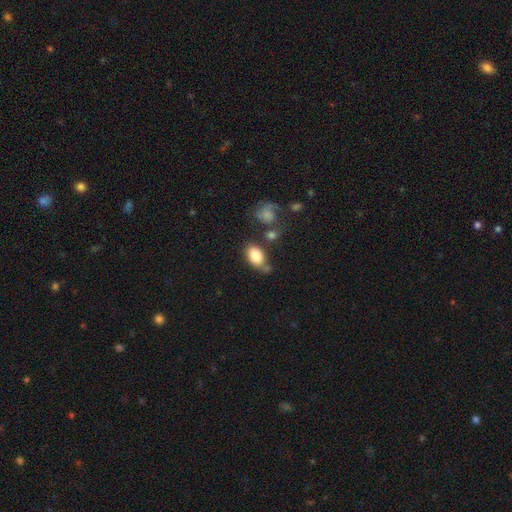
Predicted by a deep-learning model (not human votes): Smooth or featured? smooth (83%)
How rounded? in between (87%)
Merging? none (58%)